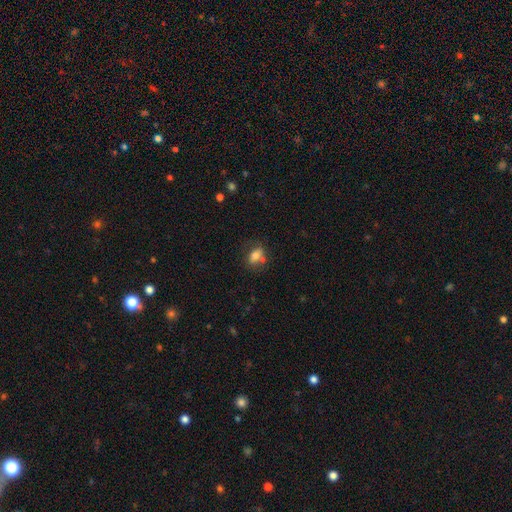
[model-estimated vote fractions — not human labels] A smooth galaxy with no disk features (73%) that is in between round and cigar-shaped (76%). Merging: none (57%).